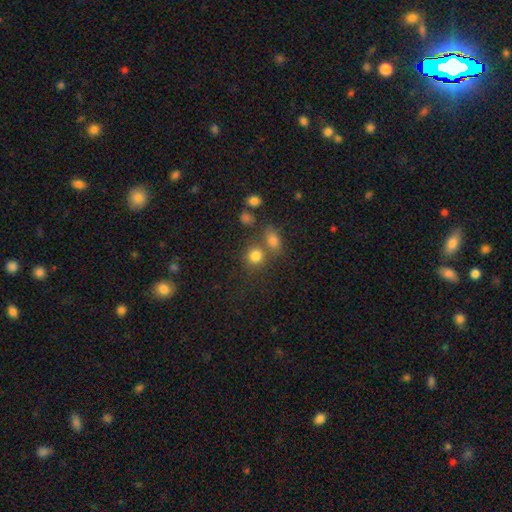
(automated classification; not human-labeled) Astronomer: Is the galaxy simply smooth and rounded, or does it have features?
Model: smooth — 80%.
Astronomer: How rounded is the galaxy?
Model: round — 81%.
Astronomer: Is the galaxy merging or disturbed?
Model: none — 57%.